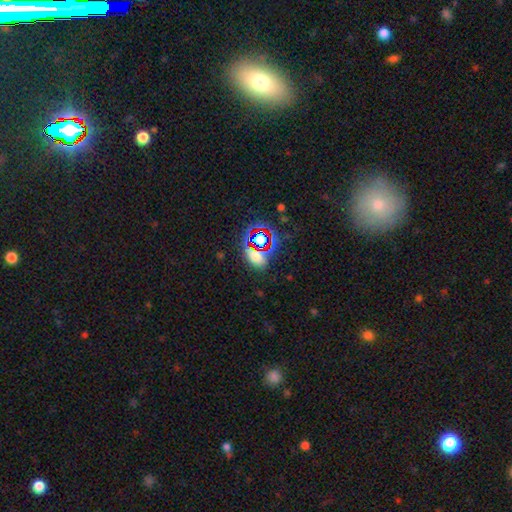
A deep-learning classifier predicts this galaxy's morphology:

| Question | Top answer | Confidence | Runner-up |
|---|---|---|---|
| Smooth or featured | smooth | 50% | star or artifact (40%) |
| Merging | none | 69% | minor disturbance (14%) |